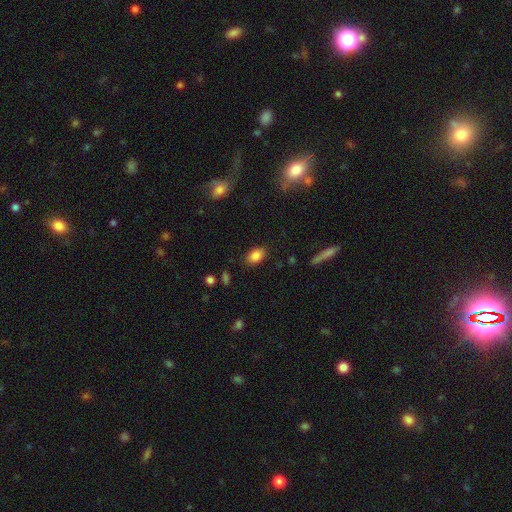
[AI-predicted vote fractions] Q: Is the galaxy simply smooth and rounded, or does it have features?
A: smooth — 85%.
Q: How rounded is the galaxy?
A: in between — 85%.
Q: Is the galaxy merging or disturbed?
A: none — 84%.